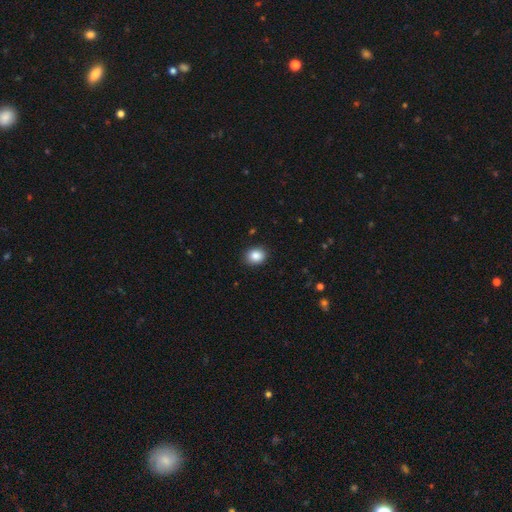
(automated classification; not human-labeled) Smooth or featured? Predicted: smooth (p=0.87). How rounded? Predicted: round (p=0.52). Merging? Predicted: none (p=0.89).